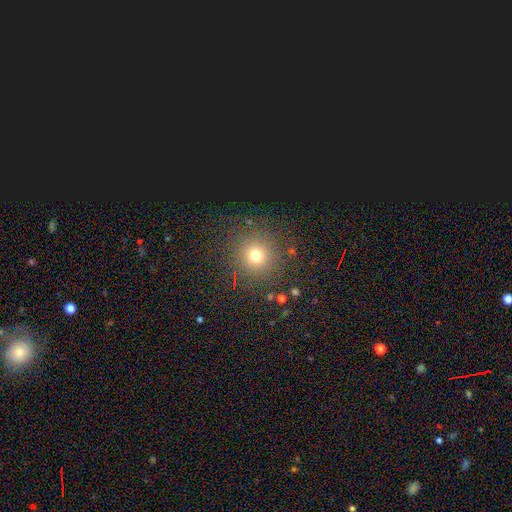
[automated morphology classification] smooth_or_featured: smooth (p=0.71) [alt: star or artifact p=0.21]
how_rounded: round (p=0.94) [alt: in between p=0.05]
merging: none (p=0.87) [alt: minor disturbance p=0.07]